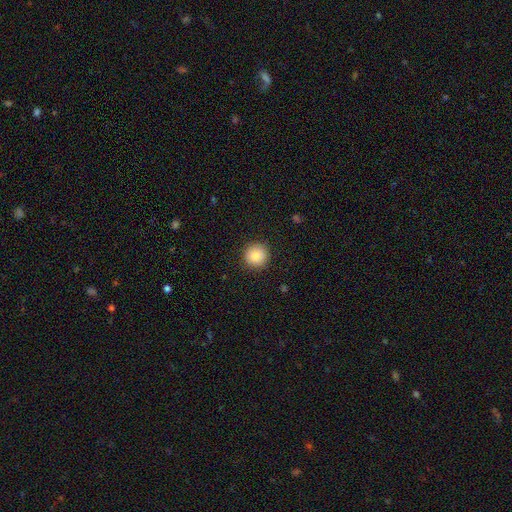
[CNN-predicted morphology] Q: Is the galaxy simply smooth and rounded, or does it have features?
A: smooth — 86%.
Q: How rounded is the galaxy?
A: round — 94%.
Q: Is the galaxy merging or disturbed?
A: none — 90%.